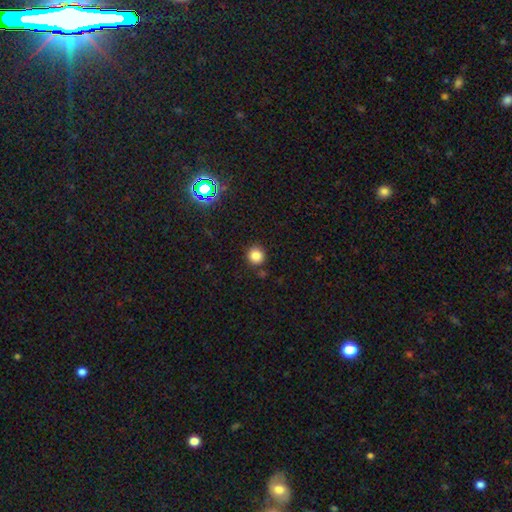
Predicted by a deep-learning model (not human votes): Smooth or featured? Predicted: smooth (p=0.83). How rounded? Predicted: round (p=0.94). Merging? Predicted: none (p=0.88).